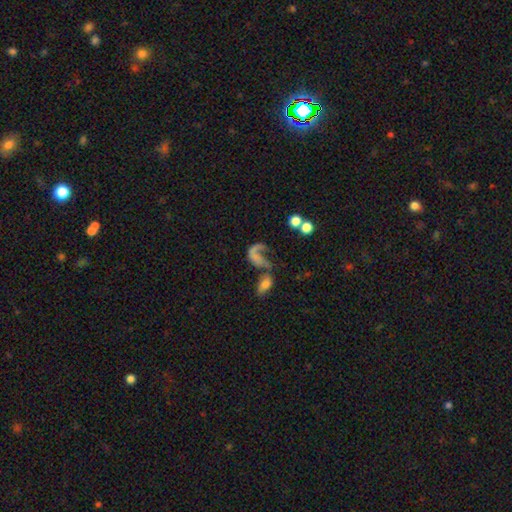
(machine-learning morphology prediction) smooth-or-featured: featured or disk: 55% | smooth: 33% | star or artifact: 12%
  disk-edge-on: no: 96% | yes: 4%
    bar: no: 74% | weak: 19% | strong: 8%
    has-spiral-arms: yes: 62% | no: 38%
    bulge-size: none: 57% | small: 25% | moderate: 12% | large: 4% | dominant: 2%
  merging: major disturbance: 38% | merger: 29% | none: 21% | minor disturbance: 11%